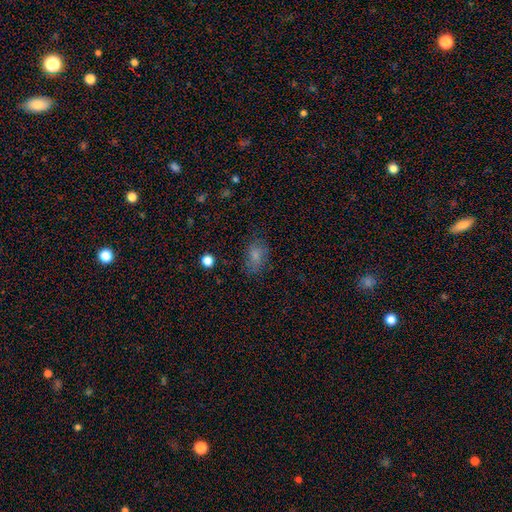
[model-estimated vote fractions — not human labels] smooth 73%, star or artifact 14%, featured or disk 13%. Down the decision tree: how rounded — in between (84%); merging — none (70%).